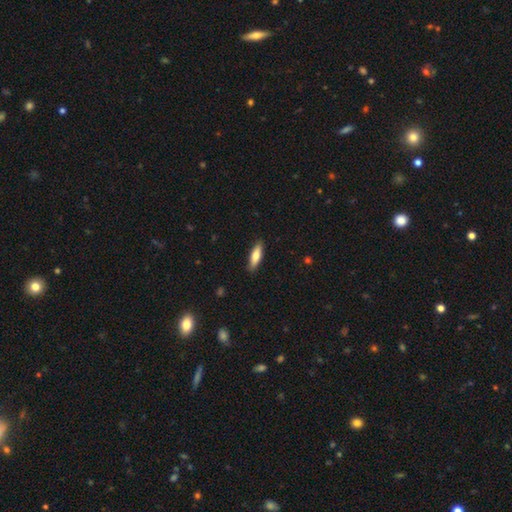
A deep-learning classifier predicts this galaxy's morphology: smooth_or_featured: smooth (p=0.75) [alt: featured or disk p=0.19]
how_rounded: cigar-shaped (p=0.59) [alt: in between p=0.40]
merging: none (p=0.87) [alt: minor disturbance p=0.10]